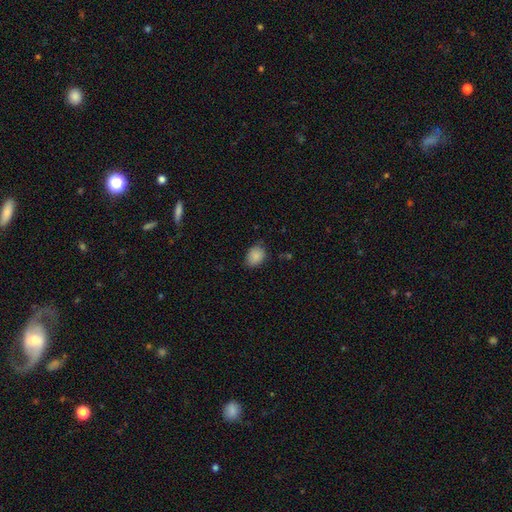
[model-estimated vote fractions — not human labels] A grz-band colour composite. It shows a smooth galaxy with no disk features (87%) that is in between round and cigar-shaped (60%). Merging: none (73%).